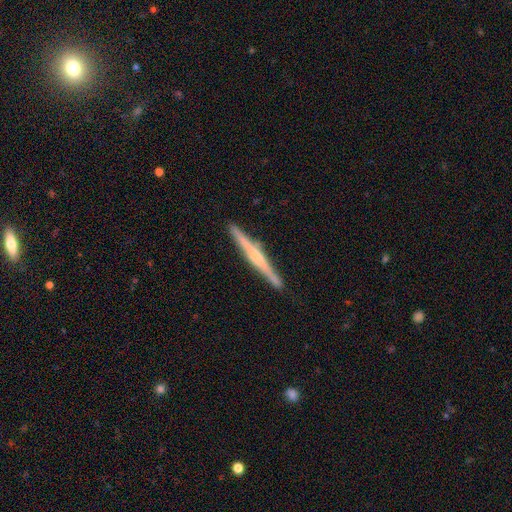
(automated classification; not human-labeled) Smooth or featured? featured or disk (73%)
Edge-on disk? yes (98%)
Edge-on bulge? rounded (53%)
Merging? none (91%)